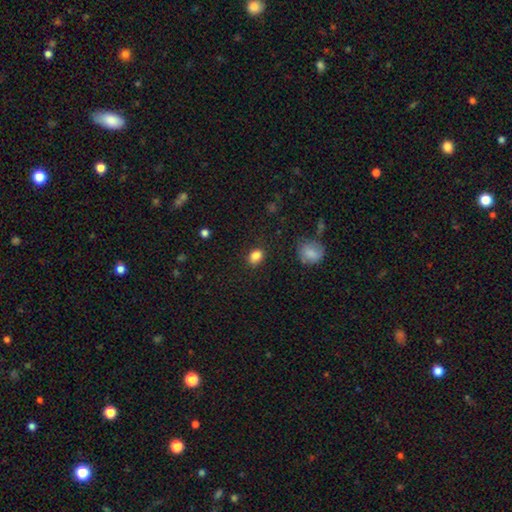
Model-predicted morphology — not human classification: Smooth or featured? Predicted: smooth (p=0.84). How rounded? Predicted: in between (p=0.57). Merging? Predicted: none (p=0.82).